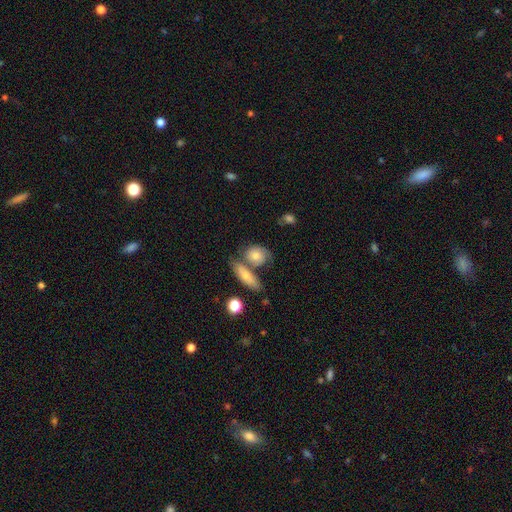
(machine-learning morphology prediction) Smooth or featured? Predicted: smooth (p=0.62). How rounded? Predicted: in between (p=0.50). Merging? Predicted: merger (p=0.40).